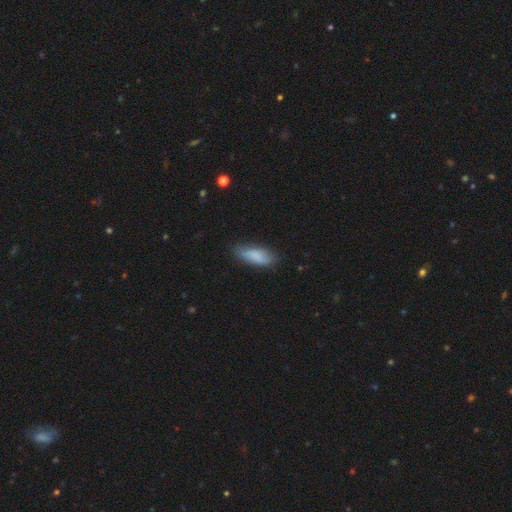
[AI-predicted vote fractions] The model was most divided on "how rounded": in between: 68%, cigar-shaped: 30%, round: 2%. More confident: smooth or featured — smooth (82%); merging — none (73%).